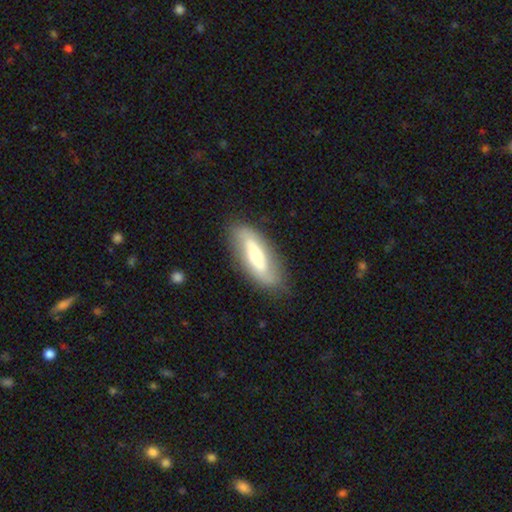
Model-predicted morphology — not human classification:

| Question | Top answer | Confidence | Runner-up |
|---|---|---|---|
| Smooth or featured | featured or disk | 54% | smooth (40%) |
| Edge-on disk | no | 80% | yes (20%) |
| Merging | none | 80% | minor disturbance (14%) |